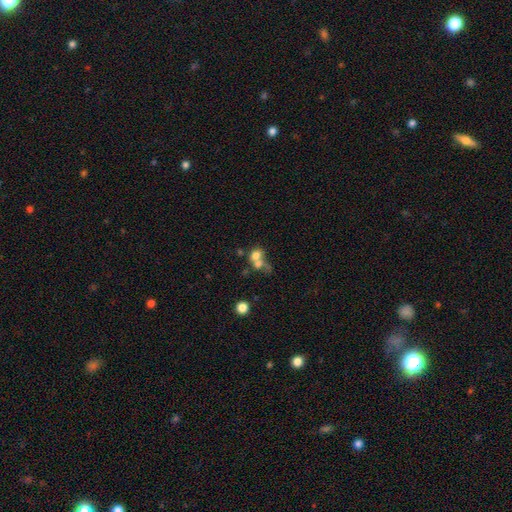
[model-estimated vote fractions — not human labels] smooth-or-featured: smooth: 67% | featured or disk: 20% | star or artifact: 13%
  how-rounded: round: 62% | in between: 36% | cigar-shaped: 2%
  merging: merger: 63% | none: 22% | major disturbance: 8% | minor disturbance: 7%